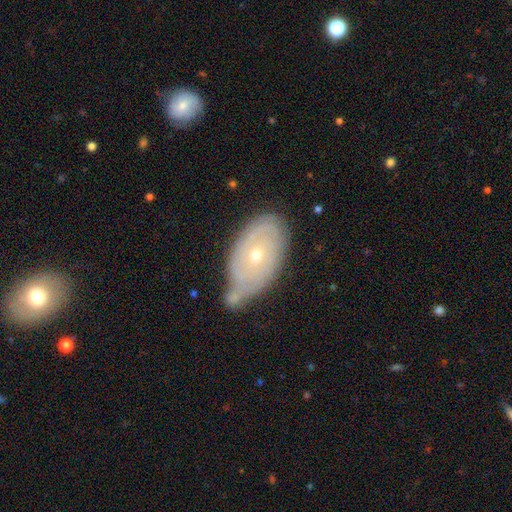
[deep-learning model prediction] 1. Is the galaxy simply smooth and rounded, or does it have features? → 70% featured or disk, 23% smooth, 7% star or artifact.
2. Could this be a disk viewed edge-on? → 93% no, 7% yes.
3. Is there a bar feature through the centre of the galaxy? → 78% no, 19% weak, 4% strong.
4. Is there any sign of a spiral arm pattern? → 80% yes, 20% no.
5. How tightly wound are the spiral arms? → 78% tight, 17% medium, 5% loose.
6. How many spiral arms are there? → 56% can't tell, 21% 2, 9% 3, 6% 4, 4% 1, 4% more than 4.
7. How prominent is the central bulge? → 56% small, 41% moderate, 1% large, 1% none, 1% dominant.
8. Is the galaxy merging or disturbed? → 47% none, 27% minor disturbance, 17% merger, 8% major disturbance.